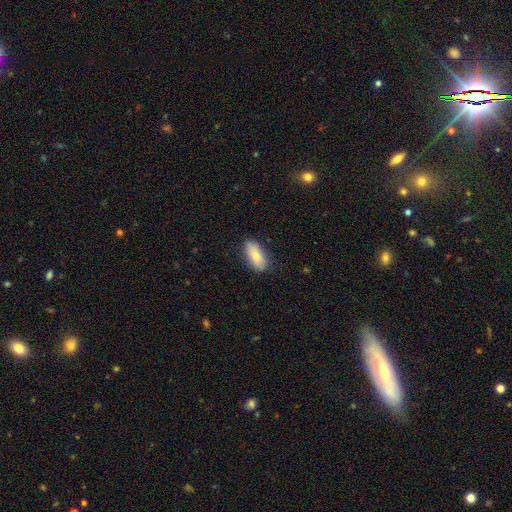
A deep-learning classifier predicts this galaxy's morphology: A smooth galaxy with no disk features (76%) that is in between round and cigar-shaped (87%). Merging: none (82%).